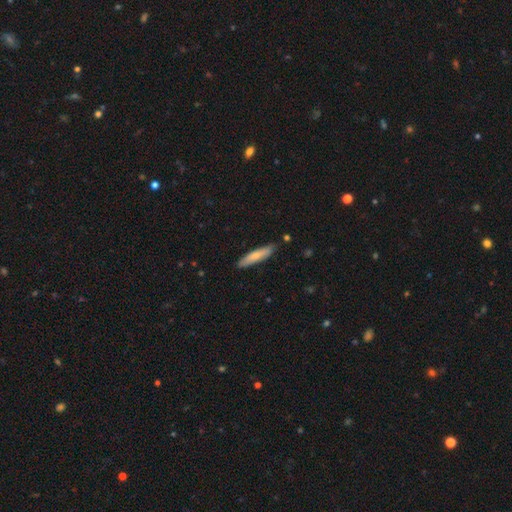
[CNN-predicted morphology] A smooth galaxy with no disk features (71%) that is cigar-shaped (85%). Merging: none (86%).